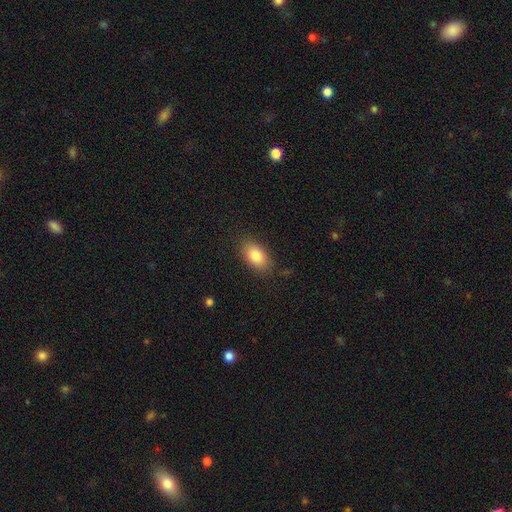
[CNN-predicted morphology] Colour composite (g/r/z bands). It shows a smooth galaxy with no disk features (84%) that is in between round and cigar-shaped (91%). Merging: none (85%).